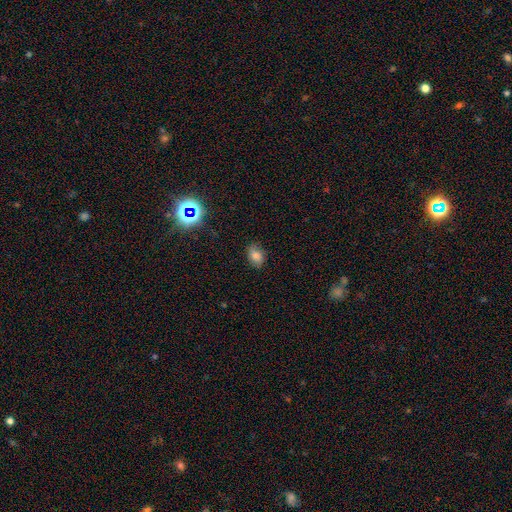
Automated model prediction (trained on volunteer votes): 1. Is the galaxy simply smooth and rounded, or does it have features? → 77% smooth, 13% star or artifact, 10% featured or disk.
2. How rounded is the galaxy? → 78% in between, 21% round, 1% cigar-shaped.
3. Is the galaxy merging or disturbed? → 83% none, 14% minor disturbance, 3% major disturbance, 1% merger.